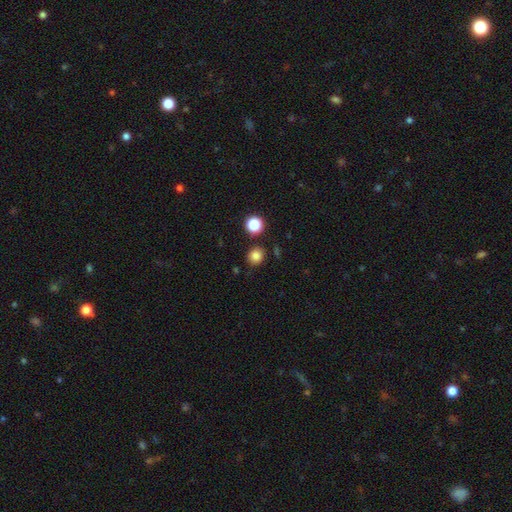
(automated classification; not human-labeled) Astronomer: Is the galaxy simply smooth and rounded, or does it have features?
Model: smooth — 82%.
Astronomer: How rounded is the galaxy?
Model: round — 82%.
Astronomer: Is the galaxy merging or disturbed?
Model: none — 85%.